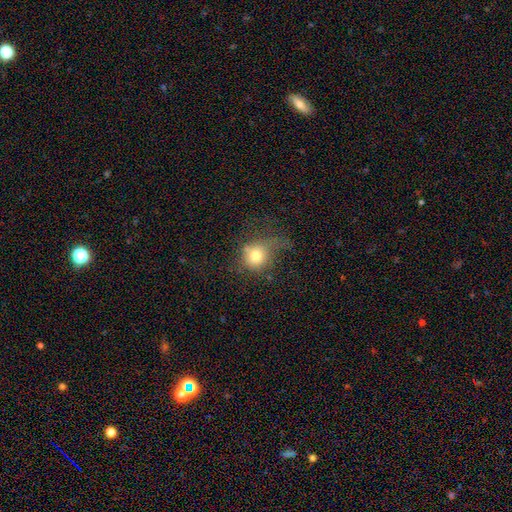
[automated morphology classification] type=smooth (73%); roundness=round (81%); merging=none (42%).